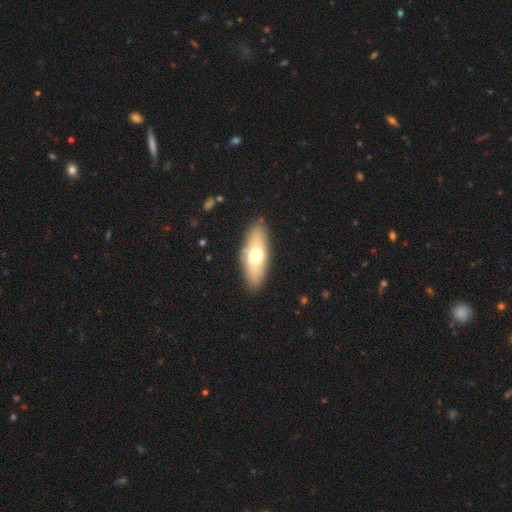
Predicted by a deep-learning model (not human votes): smooth_or_featured: smooth (p=0.60) [alt: featured or disk p=0.33]
how_rounded: in between (p=0.71) [alt: cigar-shaped p=0.25]
merging: none (p=0.87) [alt: minor disturbance p=0.09]